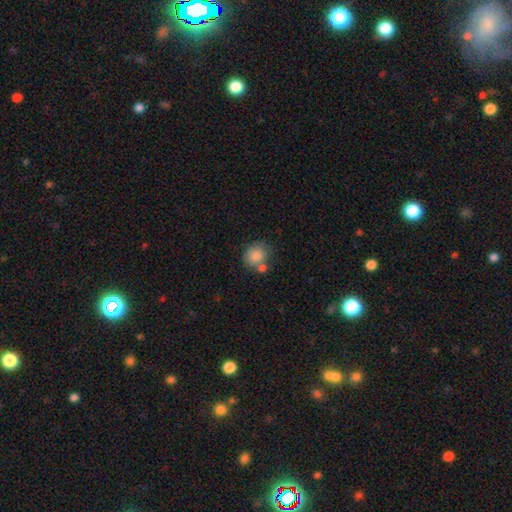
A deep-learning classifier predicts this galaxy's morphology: Overall: smooth (84%). How rounded: round (68%; in between 31%). Merging: none (52%; merger 26%).